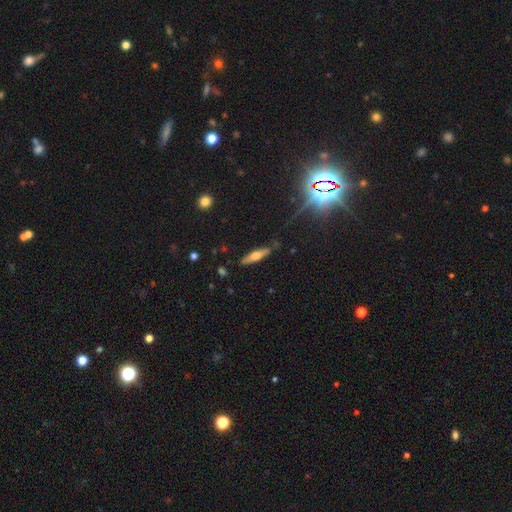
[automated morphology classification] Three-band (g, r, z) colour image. It shows a smooth galaxy with no disk features (47%). Merging: none (86%).